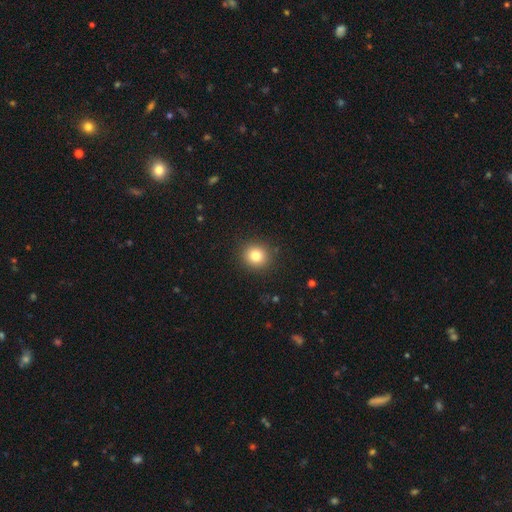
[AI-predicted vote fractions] Smooth or featured? Predicted: smooth (p=0.81). How rounded? Predicted: round (p=0.88). Merging? Predicted: none (p=0.91).